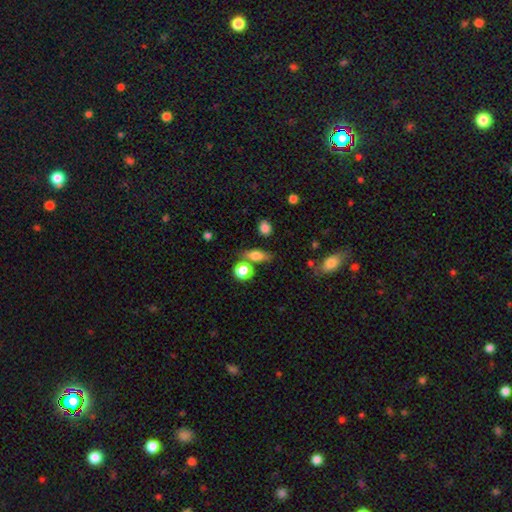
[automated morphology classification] Smooth or featured? smooth (72%)
How rounded? in between (60%)
Merging? none (69%)